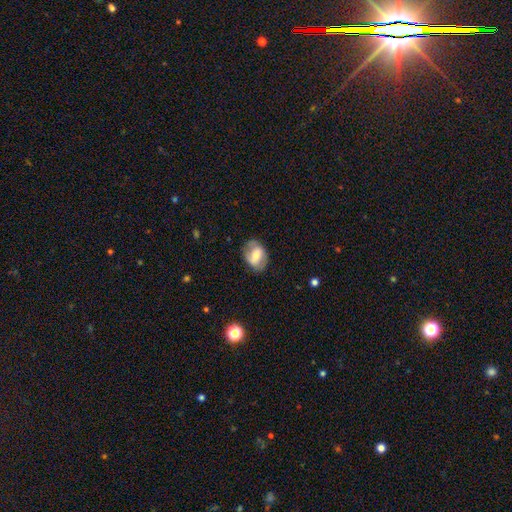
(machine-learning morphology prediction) A smooth galaxy with no disk features (51%) that is in between round and cigar-shaped (72%).

Vote fractions:
- Smooth or featured? smooth: 51% / featured or disk: 41% / star or artifact: 8%
- How rounded? in between: 72% / round: 26% / cigar-shaped: 2%
- Merging? none: 72% / minor disturbance: 19% / major disturbance: 7% / merger: 1%